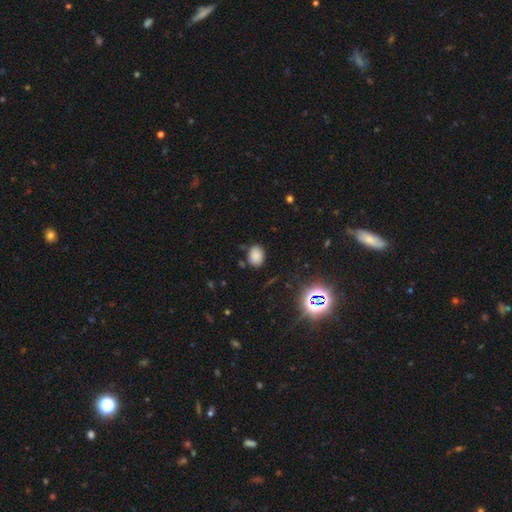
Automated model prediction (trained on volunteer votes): This appears to be a smooth galaxy with no disk features (78%) that is in between round and cigar-shaped (65%). Merging: none (79%).